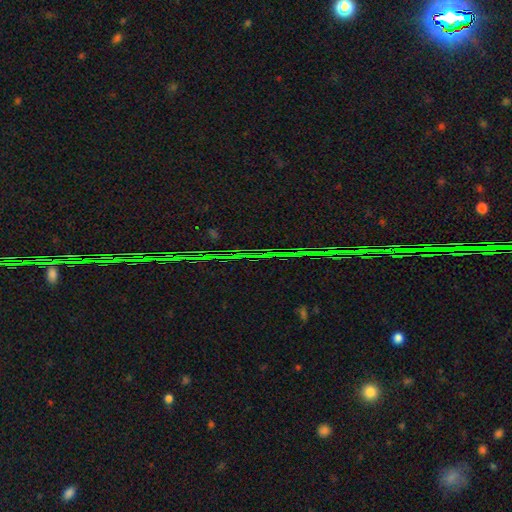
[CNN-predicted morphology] type=star or artifact (84%).